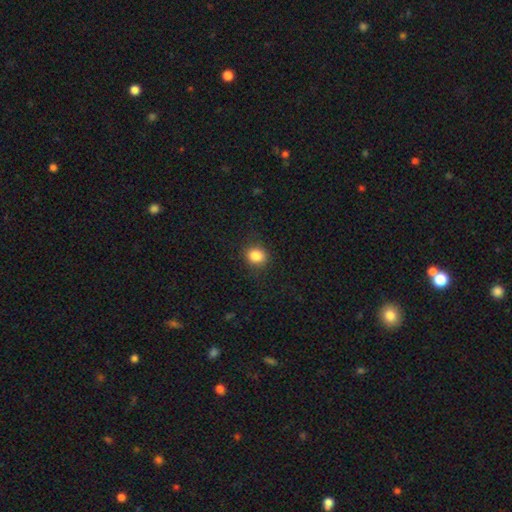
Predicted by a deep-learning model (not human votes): Q: Smooth or featured?
A: smooth (85%); runner-up: star or artifact (10%)
Q: How rounded?
A: round (68%); runner-up: in between (31%)
Q: Merging?
A: none (86%); runner-up: minor disturbance (10%)